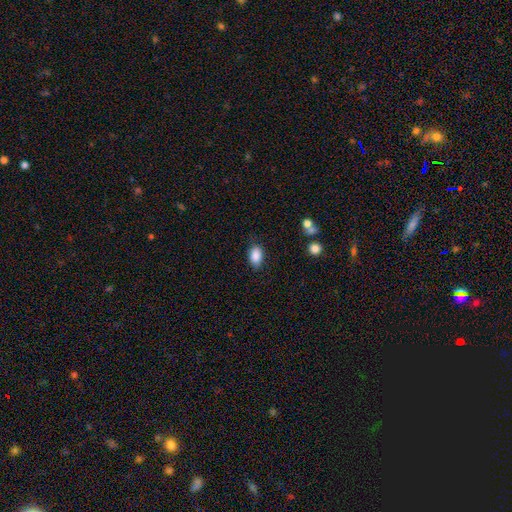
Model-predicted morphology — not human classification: A smooth galaxy with no disk features (88%) that is in between round and cigar-shaped (89%). Merging: none (80%).